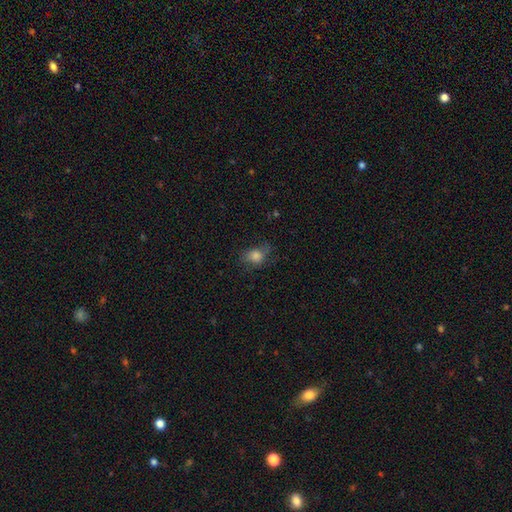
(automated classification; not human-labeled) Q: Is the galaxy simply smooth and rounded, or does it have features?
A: smooth — 76%.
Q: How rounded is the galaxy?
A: in between — 57%.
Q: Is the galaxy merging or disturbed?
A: none — 57%.